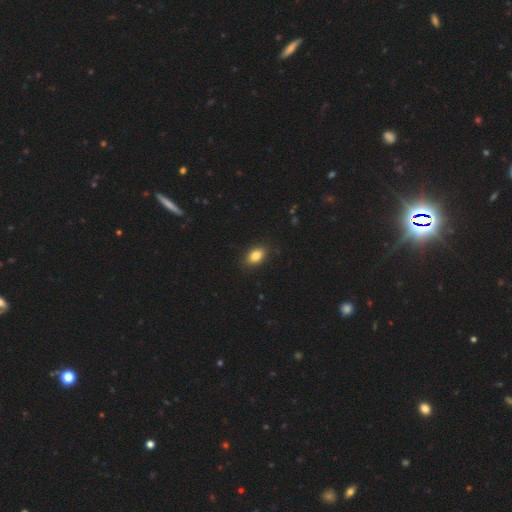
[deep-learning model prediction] Smooth or featured? Predicted: smooth (p=0.84). How rounded? Predicted: in between (p=0.86). Merging? Predicted: none (p=0.87).